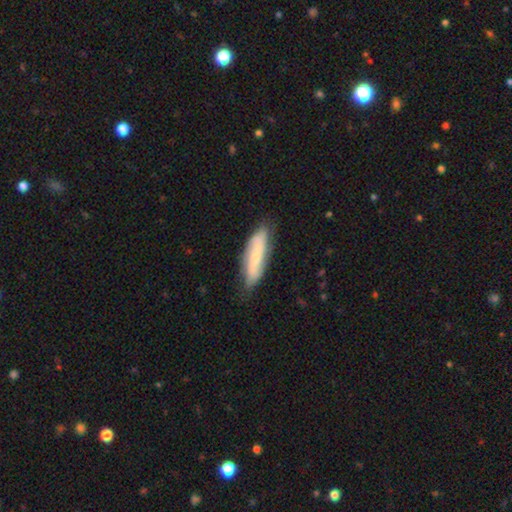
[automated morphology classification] type=smooth (48%); merging=none (76%).